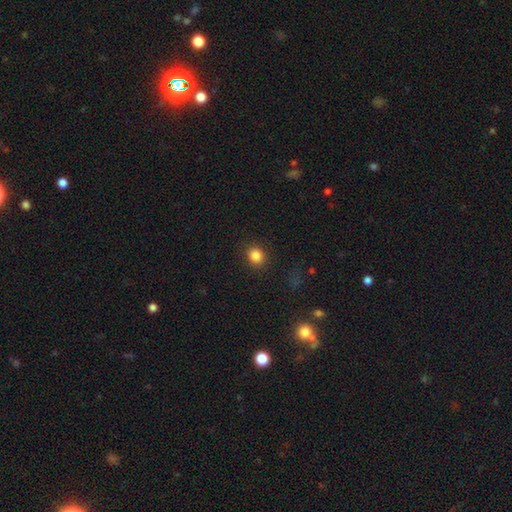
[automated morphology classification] A smooth galaxy with no disk features (85%) that is round (74%). Merging: none (88%).